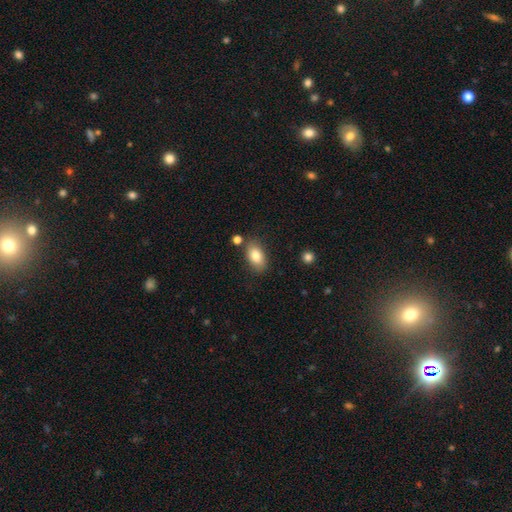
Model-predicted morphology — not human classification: Overall: smooth (82%). How rounded: in between (91%). Merging: none (79%).